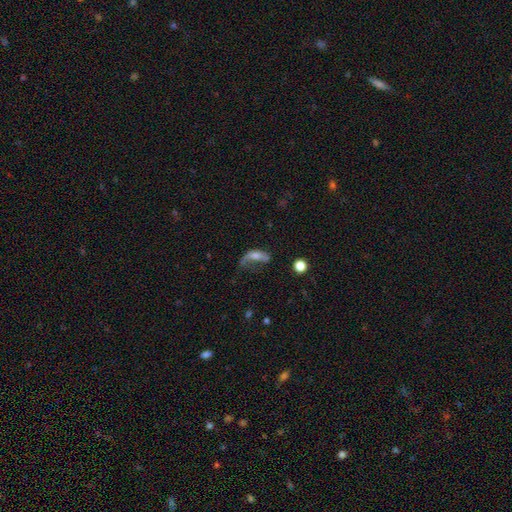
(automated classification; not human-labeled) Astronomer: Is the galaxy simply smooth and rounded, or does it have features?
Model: featured or disk — 47% (runner-up: smooth, 42%).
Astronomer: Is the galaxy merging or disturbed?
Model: major disturbance — 48% (runner-up: none, 25%).